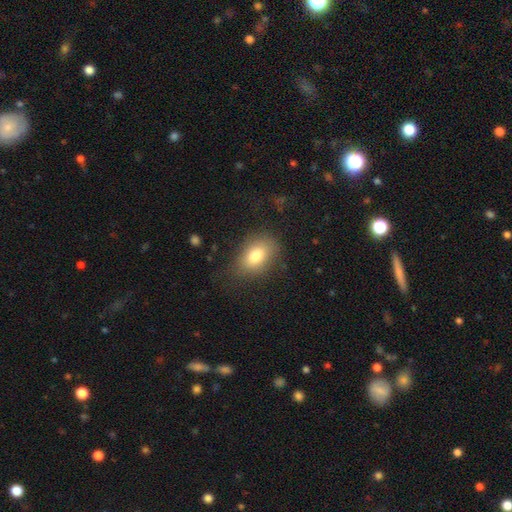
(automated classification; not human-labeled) smooth-or-featured: smooth: 78% | featured or disk: 12% | star or artifact: 9%
  how-rounded: in between: 82% | round: 16% | cigar-shaped: 2%
  merging: none: 73% | minor disturbance: 18% | major disturbance: 7% | merger: 1%